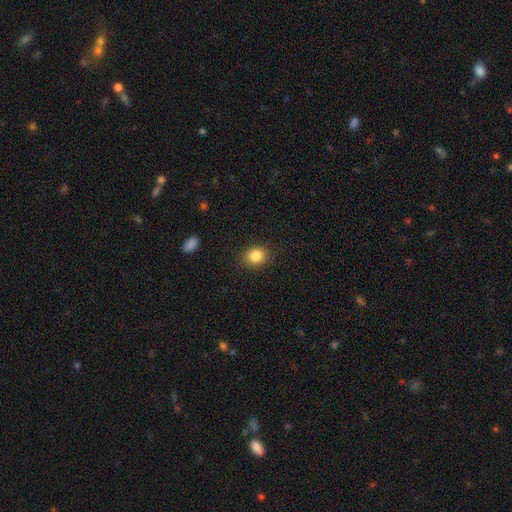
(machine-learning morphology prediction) Smooth or featured? smooth (85%)
How rounded? round (59%)
Merging? none (87%)